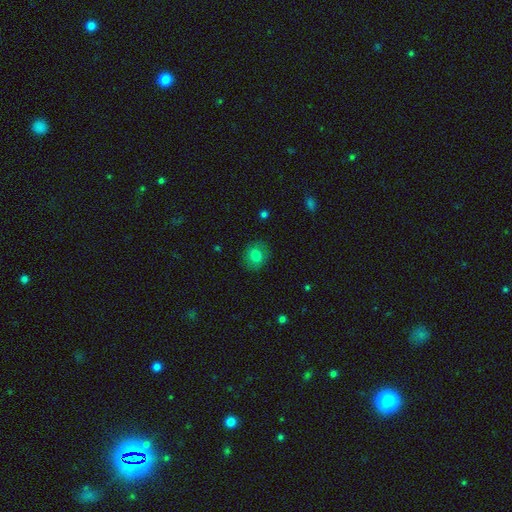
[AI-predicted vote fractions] Overall: smooth (78%). How rounded: round (74%). Merging: none (85%).